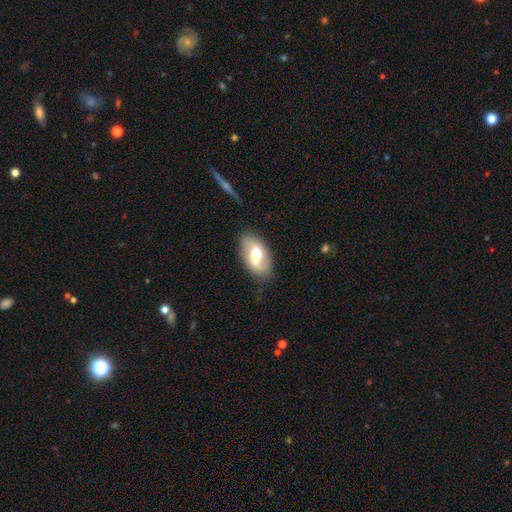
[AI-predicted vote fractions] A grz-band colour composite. It shows a smooth galaxy with no disk features (47%). Merging: none (79%).